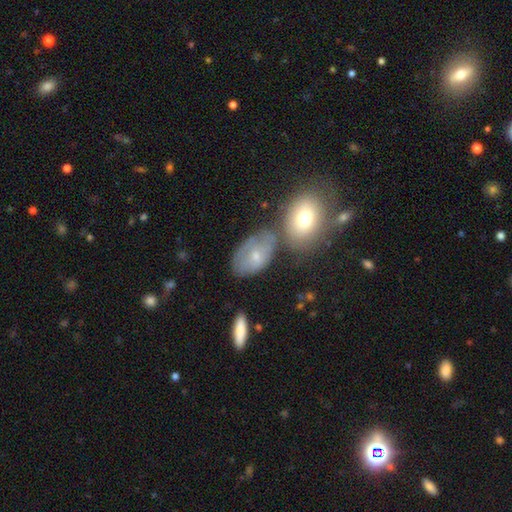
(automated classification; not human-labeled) smooth-or-featured: smooth: 50% | featured or disk: 41% | star or artifact: 9%
  merging: none: 46% | minor disturbance: 25% | merger: 18% | major disturbance: 12%